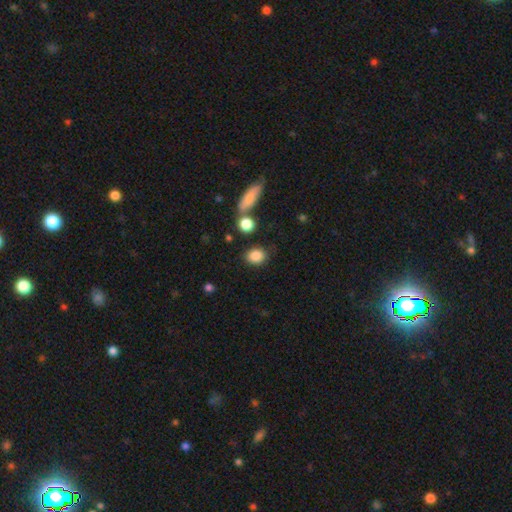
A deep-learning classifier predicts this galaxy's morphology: This appears to be a smooth galaxy with no disk features (86%) that is in between round and cigar-shaped (51%). Merging: none (78%).